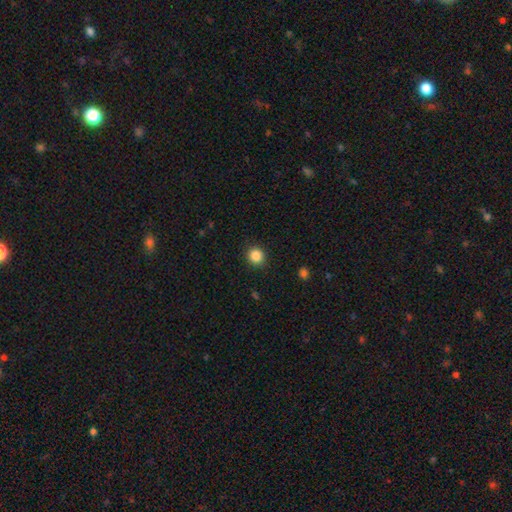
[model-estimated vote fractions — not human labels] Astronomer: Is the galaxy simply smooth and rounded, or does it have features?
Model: smooth — 86%.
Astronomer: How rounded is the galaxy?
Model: round — 87%.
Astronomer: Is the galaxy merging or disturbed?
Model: none — 91%.